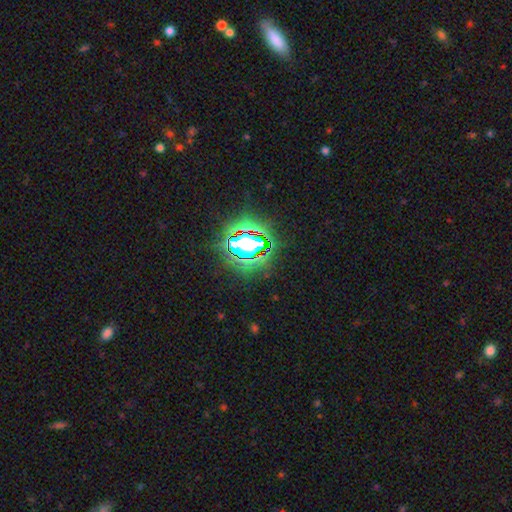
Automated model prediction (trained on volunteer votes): A star or artifact, not a galaxy (79%).

Vote fractions:
- Smooth or featured? star or artifact: 79% / smooth: 13% / featured or disk: 9%